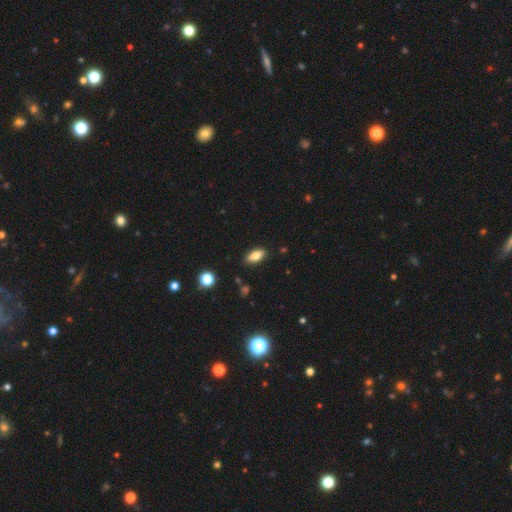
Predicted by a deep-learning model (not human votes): This is likely a smooth galaxy (77%). How rounded: clearly in between (85%). Merging: clearly none (87%).